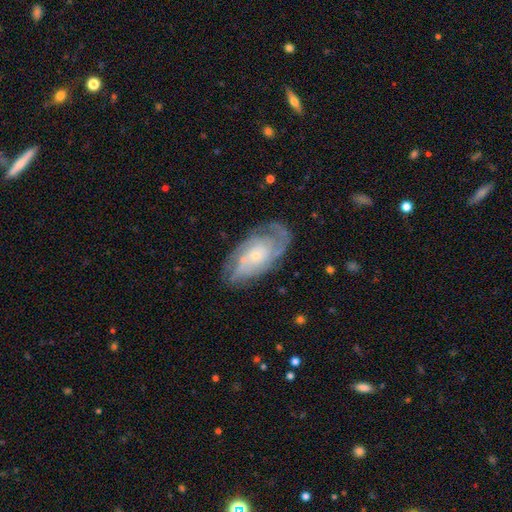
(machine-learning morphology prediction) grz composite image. It shows a featured or disk galaxy (81%) with no bar (74%), tight (61%) spiral arms (93%) and a small central bulge (72%). Merging: none (72%).